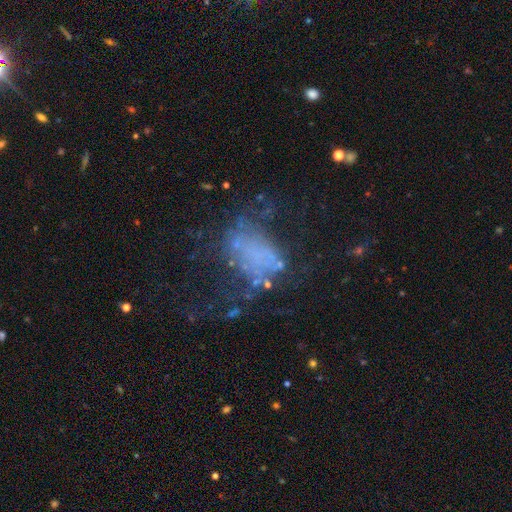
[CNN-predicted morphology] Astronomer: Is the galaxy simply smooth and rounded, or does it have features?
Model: featured or disk — 47% (runner-up: smooth, 30%).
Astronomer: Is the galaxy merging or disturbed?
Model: major disturbance — 43% (runner-up: none, 33%).